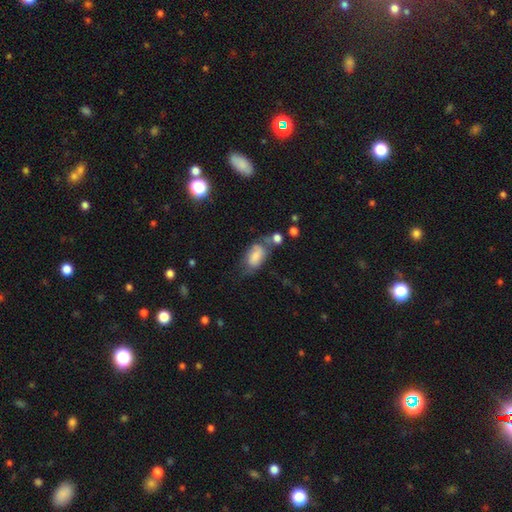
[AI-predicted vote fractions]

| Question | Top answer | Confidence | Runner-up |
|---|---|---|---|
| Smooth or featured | smooth | 67% | featured or disk (25%) |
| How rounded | in between | 91% | round (6%) |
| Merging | none | 35% | minor disturbance (29%) |